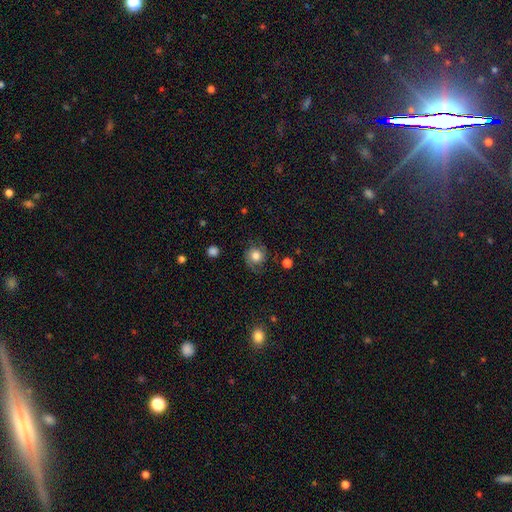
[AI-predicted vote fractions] Q: Smooth or featured?
A: smooth (56%); runner-up: featured or disk (34%)
Q: How rounded?
A: round (85%); runner-up: in between (14%)
Q: Merging?
A: none (71%); runner-up: minor disturbance (18%)